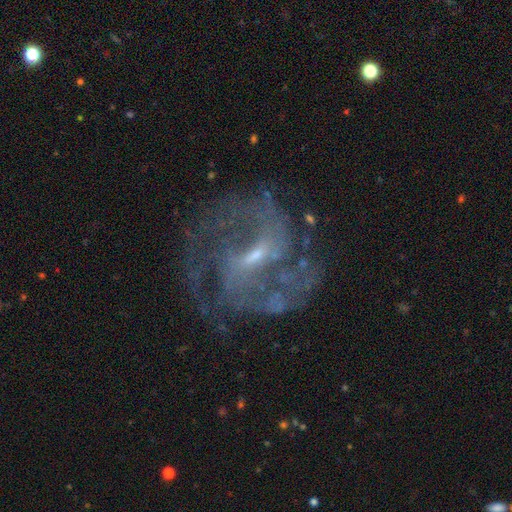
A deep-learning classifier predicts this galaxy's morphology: This is clearly a featured or disk galaxy (87%). It is clearly not viewed edge-on (97%). Bar: possibly weak (53%). Spiral arm pattern: clearly yes (91%). Spiral arm count: likely 2 (62%). Spiral winding: possibly medium (51%). Central bulge: likely small (65%). Merging: likely none (61%).